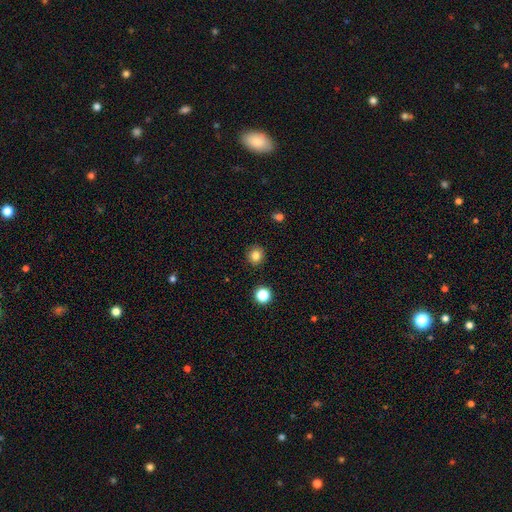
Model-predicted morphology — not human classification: Overall: smooth (82%). How rounded: round (91%). Merging: none (92%).